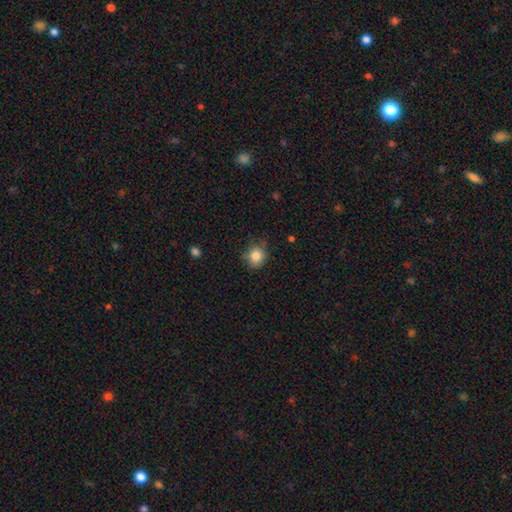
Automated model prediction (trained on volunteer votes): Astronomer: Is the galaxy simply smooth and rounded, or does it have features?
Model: smooth — 83%.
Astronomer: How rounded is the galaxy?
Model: round — 78%.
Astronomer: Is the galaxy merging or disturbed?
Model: none — 74%.